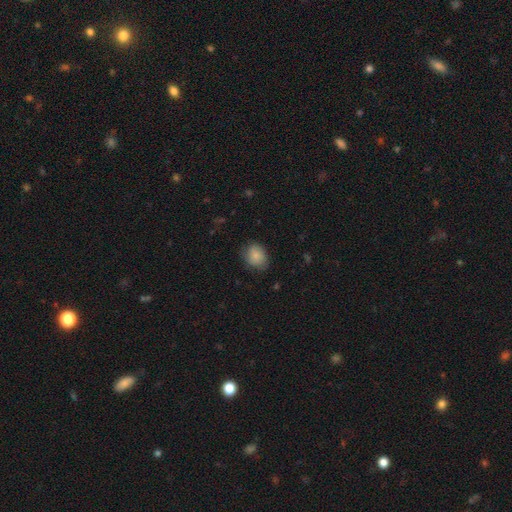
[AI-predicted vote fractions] Smooth or featured?
  - smooth: 83% *
  - featured or disk: 9%
  - star or artifact: 8%
How rounded?
  - in between: 53% *
  - round: 46%
  - cigar-shaped: 1%
Merging?
  - none: 72% *
  - minor disturbance: 22%
  - major disturbance: 5%
  - merger: 1%